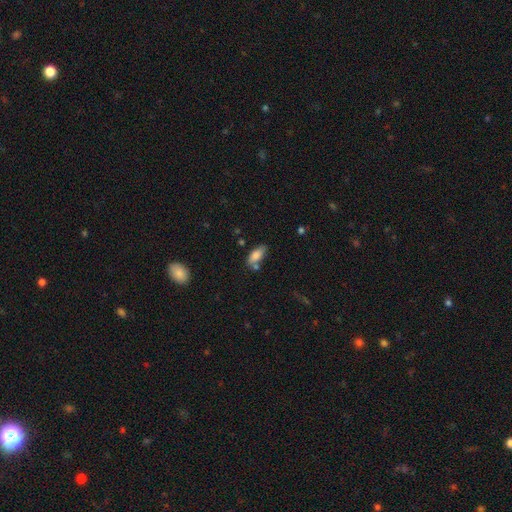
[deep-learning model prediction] This appears to be a smooth galaxy with no disk features (80%) that is in between round and cigar-shaped (84%). Merging: none (63%).